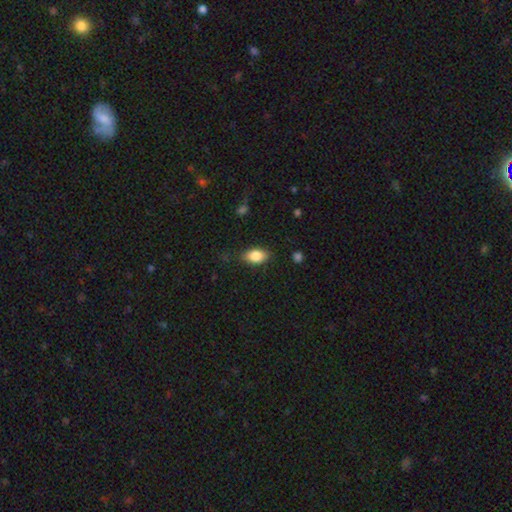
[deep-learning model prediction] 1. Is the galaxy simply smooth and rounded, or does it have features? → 84% smooth, 8% featured or disk, 8% star or artifact.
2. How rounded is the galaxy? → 88% in between, 9% round, 3% cigar-shaped.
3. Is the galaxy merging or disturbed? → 79% none, 16% minor disturbance, 4% major disturbance, 1% merger.